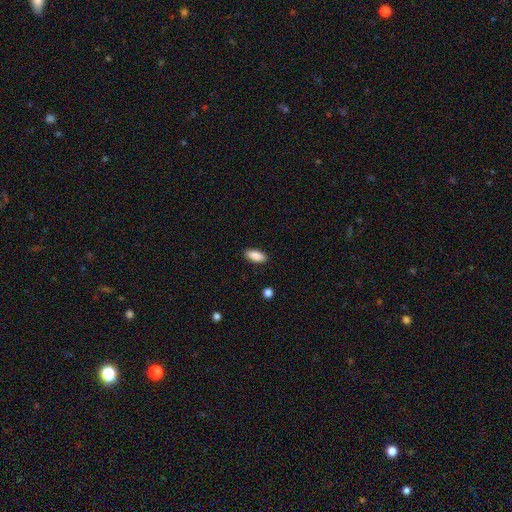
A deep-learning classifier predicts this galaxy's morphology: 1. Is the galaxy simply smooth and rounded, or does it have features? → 89% smooth, 7% star or artifact, 5% featured or disk.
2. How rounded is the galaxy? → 85% in between, 13% cigar-shaped, 2% round.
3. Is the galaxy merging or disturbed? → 89% none, 8% minor disturbance, 2% major disturbance, 1% merger.